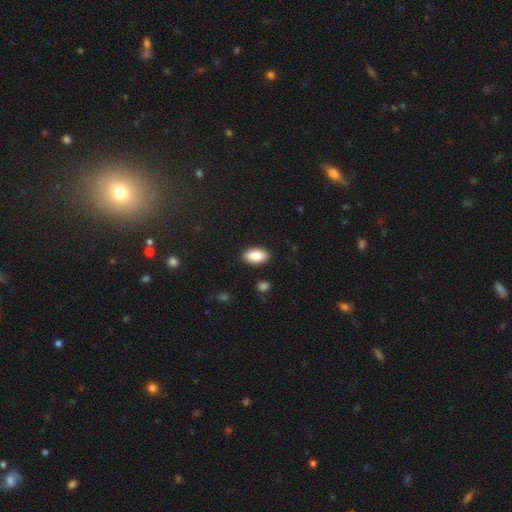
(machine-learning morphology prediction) Q: Smooth or featured?
A: smooth (86%); runner-up: featured or disk (7%)
Q: How rounded?
A: in between (93%); runner-up: round (4%)
Q: Merging?
A: none (88%); runner-up: minor disturbance (8%)